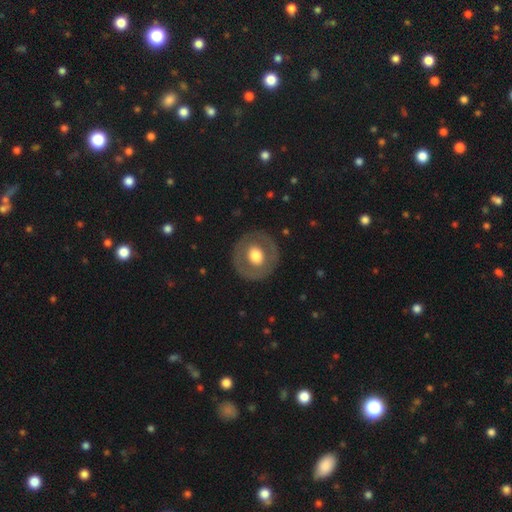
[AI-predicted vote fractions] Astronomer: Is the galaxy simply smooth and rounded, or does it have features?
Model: smooth — 51% (runner-up: featured or disk, 43%).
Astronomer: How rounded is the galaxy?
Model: round — 87%.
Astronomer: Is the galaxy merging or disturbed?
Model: none — 86%.